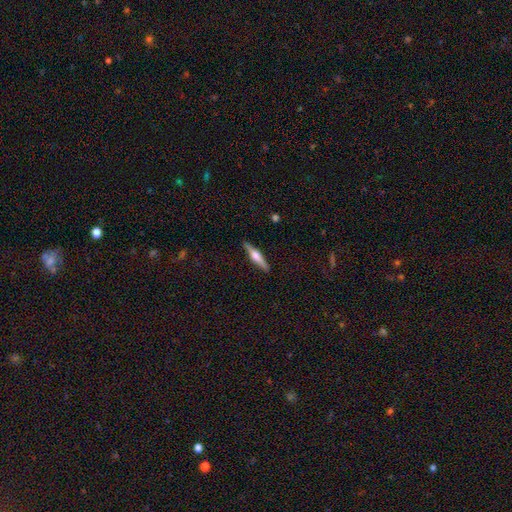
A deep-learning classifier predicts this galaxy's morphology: Overall: featured or disk (67%). Edge-on disk: yes (98%). Edge-on bulge: rounded (89%). Merging: none (90%).